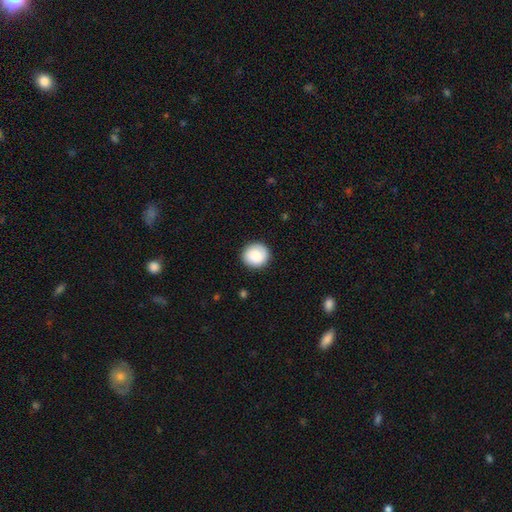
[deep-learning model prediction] Overall: smooth (80%). How rounded: round (91%). Merging: none (88%).